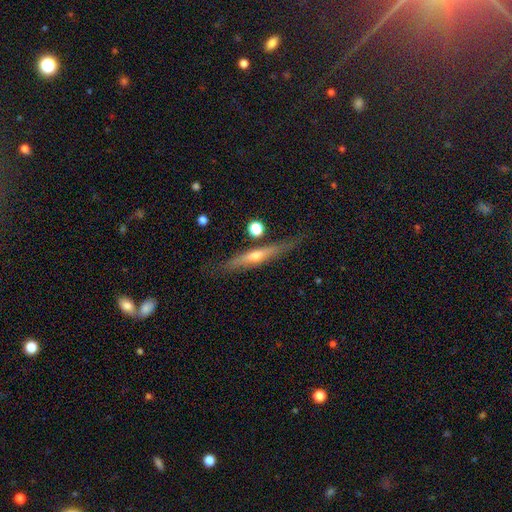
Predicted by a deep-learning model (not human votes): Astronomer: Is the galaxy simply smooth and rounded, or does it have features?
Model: featured or disk — 69%.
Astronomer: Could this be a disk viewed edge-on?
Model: yes — 94%.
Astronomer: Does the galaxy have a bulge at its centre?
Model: rounded — 79%.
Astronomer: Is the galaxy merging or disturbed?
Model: none — 78%.